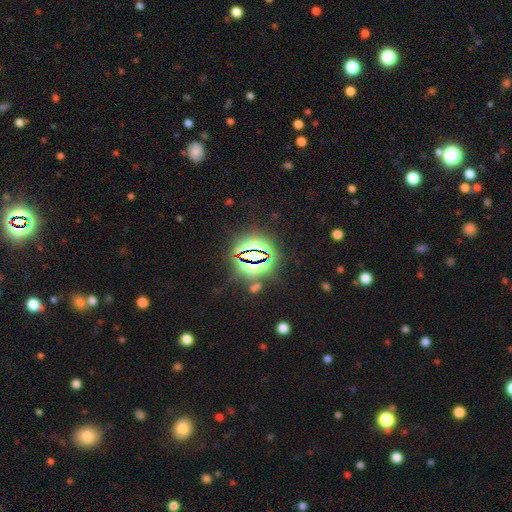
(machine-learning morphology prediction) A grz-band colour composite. It shows a star or artifact, not a galaxy (80%).